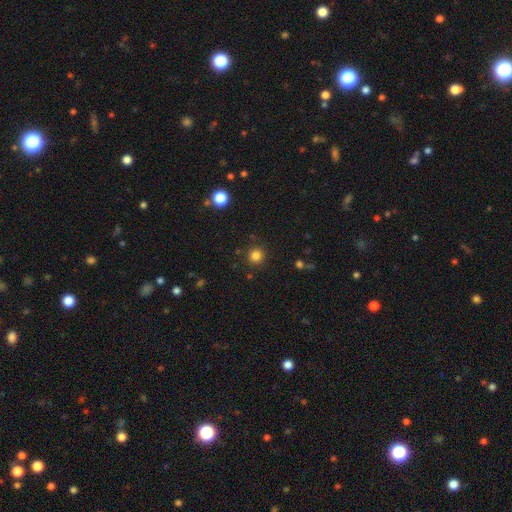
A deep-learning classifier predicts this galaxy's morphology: Q: Smooth or featured?
A: smooth (82%); runner-up: star or artifact (13%)
Q: How rounded?
A: round (95%); runner-up: in between (5%)
Q: Merging?
A: none (89%); runner-up: minor disturbance (6%)